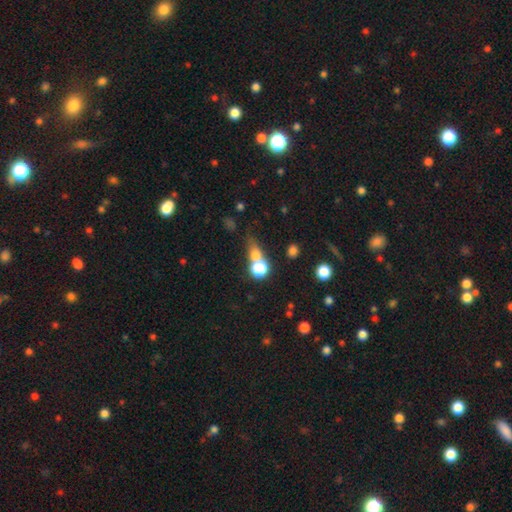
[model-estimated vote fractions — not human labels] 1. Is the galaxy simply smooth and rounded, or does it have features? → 66% smooth, 21% star or artifact, 13% featured or disk.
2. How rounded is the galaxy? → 65% round, 28% in between, 7% cigar-shaped.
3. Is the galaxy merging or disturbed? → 43% none, 39% merger, 10% minor disturbance, 8% major disturbance.